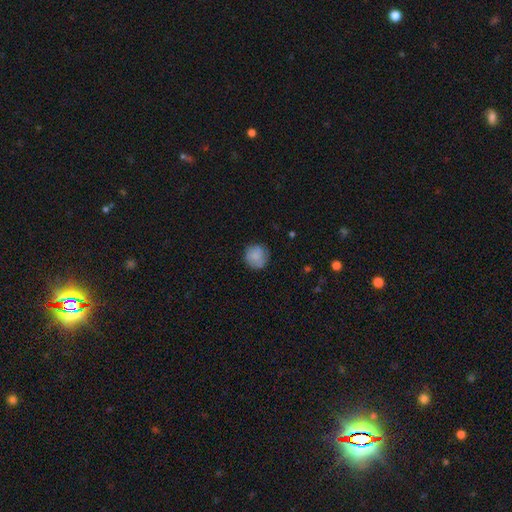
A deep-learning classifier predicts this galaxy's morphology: Q: Smooth or featured?
A: smooth (79%); runner-up: featured or disk (13%)
Q: How rounded?
A: round (90%); runner-up: in between (9%)
Q: Merging?
A: none (77%); runner-up: minor disturbance (17%)